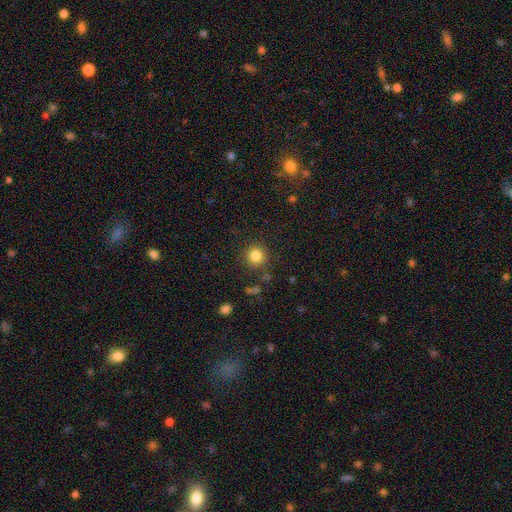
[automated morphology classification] Smooth or featured? Predicted: smooth (p=0.83). How rounded? Predicted: round (p=0.93). Merging? Predicted: none (p=0.86).